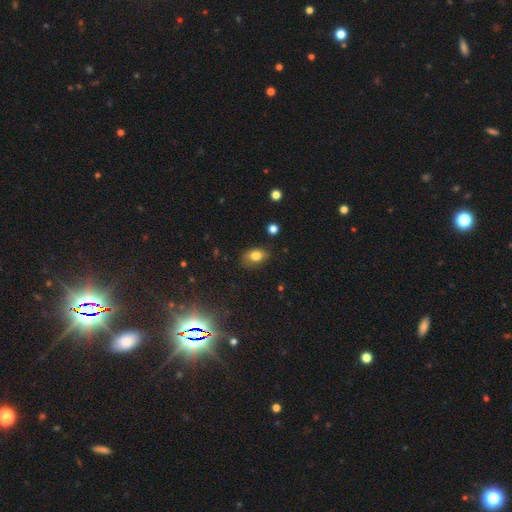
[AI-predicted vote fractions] smooth 78%, featured or disk 11%, star or artifact 11%. Down the decision tree: how rounded — in between (82%); merging — none (66%).